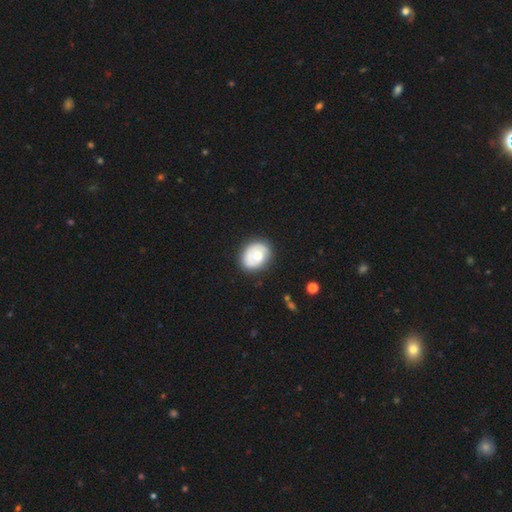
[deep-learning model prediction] Smooth or featured? Predicted: smooth (p=0.58). How rounded? Predicted: in between (p=0.55). Merging? Predicted: none (p=0.73).